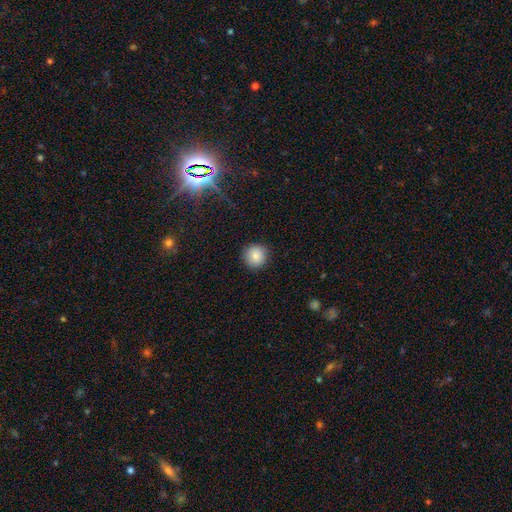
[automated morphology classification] Q: Smooth or featured?
A: smooth (84%); runner-up: star or artifact (9%)
Q: How rounded?
A: round (93%); runner-up: in between (6%)
Q: Merging?
A: none (89%); runner-up: minor disturbance (8%)